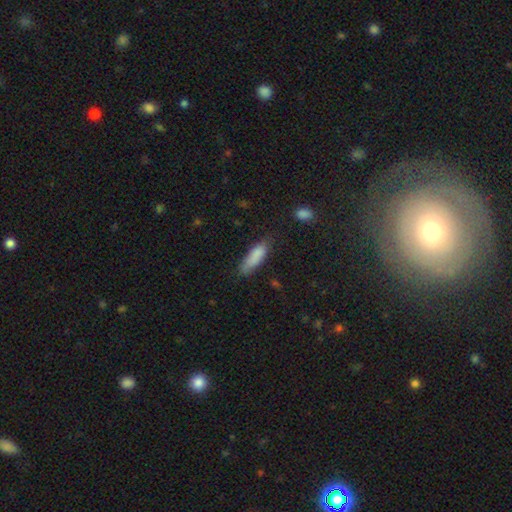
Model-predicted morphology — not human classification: smooth 84%, featured or disk 9%, star or artifact 7%. Down the decision tree: how rounded — cigar-shaped (50%); merging — none (66%).